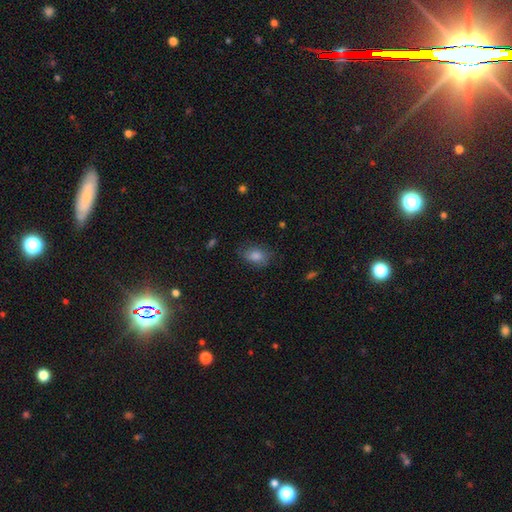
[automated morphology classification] Smooth or featured?
  - smooth: 72% *
  - featured or disk: 15%
  - star or artifact: 14%
How rounded?
  - in between: 77% *
  - round: 21%
  - cigar-shaped: 2%
Merging?
  - none: 74% *
  - minor disturbance: 19%
  - major disturbance: 6%
  - merger: 1%